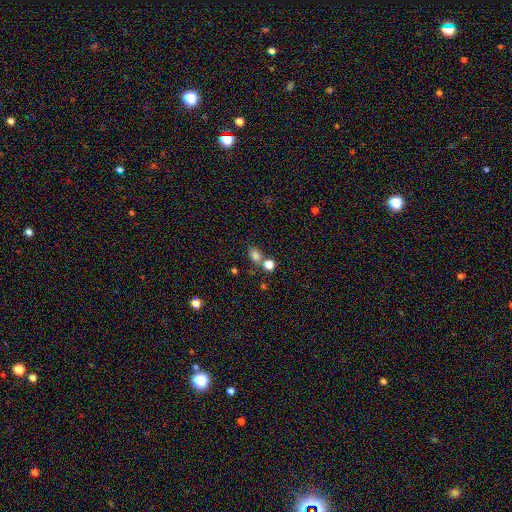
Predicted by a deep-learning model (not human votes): smooth 80%, star or artifact 14%, featured or disk 6%. Down the decision tree: how rounded — in between (64%); merging — none (57%).